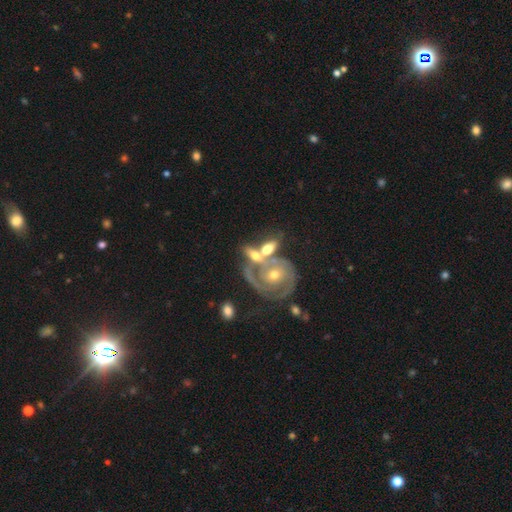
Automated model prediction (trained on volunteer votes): A featured or disk galaxy (66%) with no bar (74%), spiral arms (77%) and a moderate central bulge (56%).

Vote fractions:
- Smooth or featured? featured or disk: 66% / smooth: 27% / star or artifact: 7%
- Edge-on disk? no: 90% / yes: 10%
- Bar? no: 74% / weak: 19% / strong: 7%
- Spiral arms? yes: 77% / no: 23%
- Bulge size? moderate: 56% / small: 32% / large: 7% / none: 3% / dominant: 2%
- Merging? merger: 48% / none: 29% / minor disturbance: 13% / major disturbance: 9%